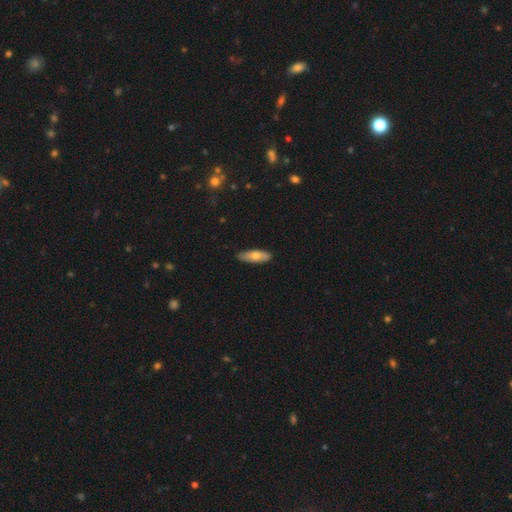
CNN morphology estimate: This appears to be a smooth galaxy with no disk features (68%) that is in between round and cigar-shaped (58%). Merging: none (84%).